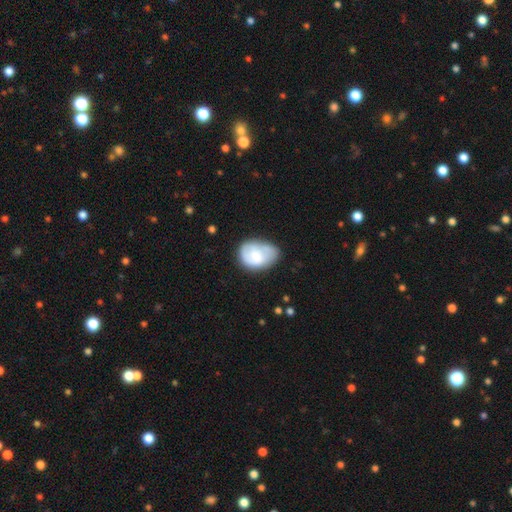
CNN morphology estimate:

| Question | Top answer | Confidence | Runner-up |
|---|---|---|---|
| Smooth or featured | smooth | 64% | featured or disk (29%) |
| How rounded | in between | 74% | round (25%) |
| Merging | none | 46% | minor disturbance (36%) |